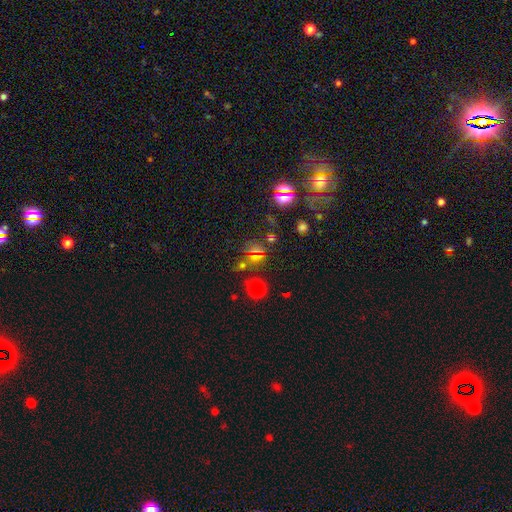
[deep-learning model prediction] Q: Smooth or featured?
A: star or artifact (57%); runner-up: smooth (33%)